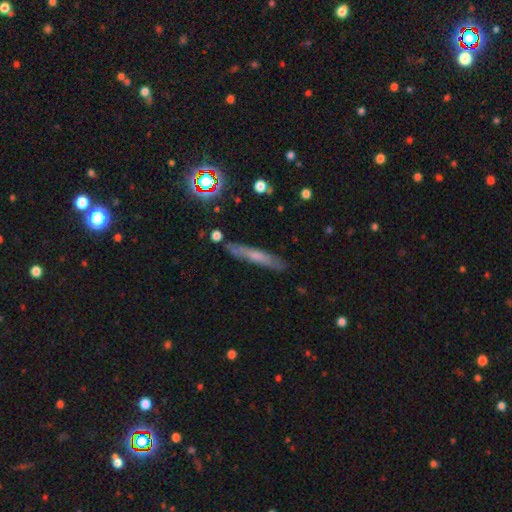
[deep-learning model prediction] smooth_or_featured: smooth (p=0.48) [alt: featured or disk p=0.40]
merging: none (p=0.82) [alt: minor disturbance p=0.13]